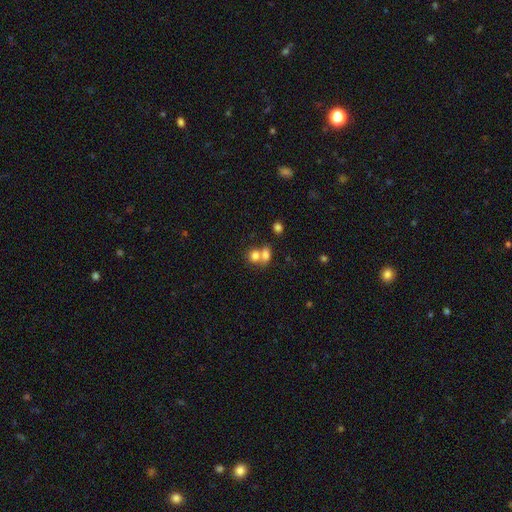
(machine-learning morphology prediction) Smooth or featured?
  - smooth: 76% *
  - featured or disk: 14%
  - star or artifact: 11%
How rounded?
  - round: 62% *
  - in between: 36%
  - cigar-shaped: 1%
Merging?
  - merger: 59% *
  - none: 30%
  - minor disturbance: 7%
  - major disturbance: 4%